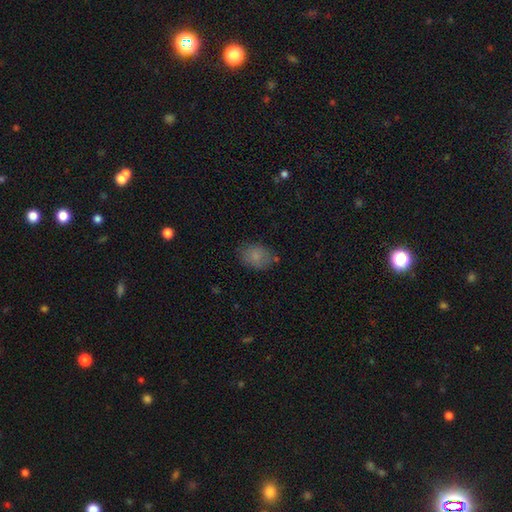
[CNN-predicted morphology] Overall: smooth (80%). How rounded: in between (75%). Merging: none (74%).